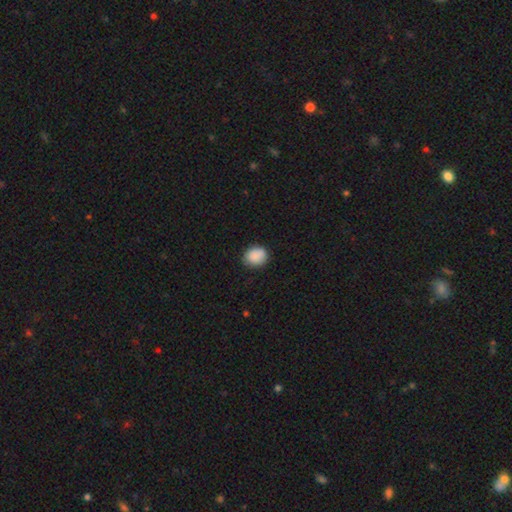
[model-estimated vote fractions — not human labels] smooth-or-featured: smooth: 89% | star or artifact: 8% | featured or disk: 4%
  how-rounded: round: 64% | in between: 35% | cigar-shaped: 1%
  merging: none: 82% | minor disturbance: 14% | major disturbance: 2% | merger: 1%